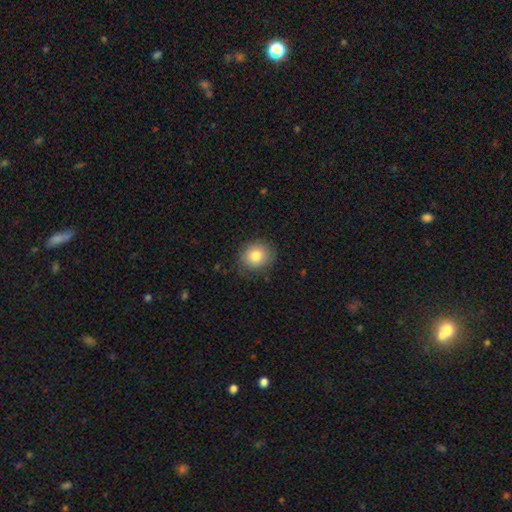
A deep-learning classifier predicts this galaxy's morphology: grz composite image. It shows a smooth galaxy with no disk features (81%) that is round (71%). Merging: none (81%).